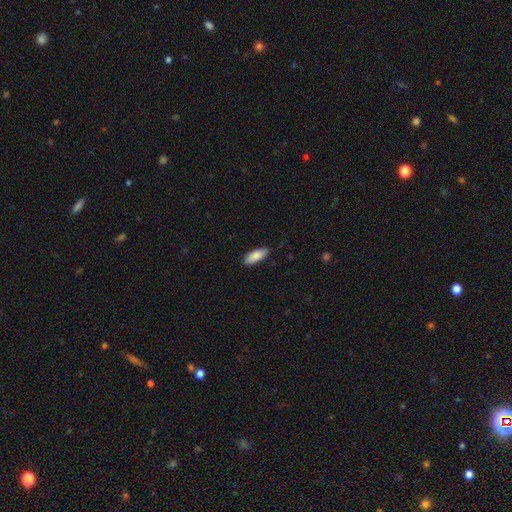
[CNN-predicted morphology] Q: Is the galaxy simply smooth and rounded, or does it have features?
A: smooth — 86%.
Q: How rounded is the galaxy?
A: in between — 75%.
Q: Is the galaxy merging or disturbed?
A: none — 85%.